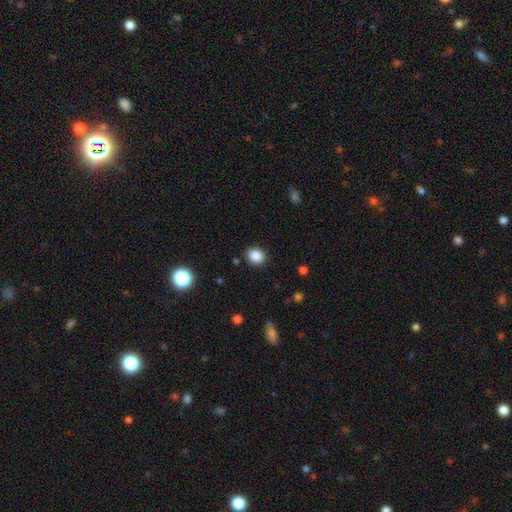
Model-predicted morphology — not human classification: This appears to be a smooth galaxy with no disk features (87%) that is round (70%). Merging: none (89%).